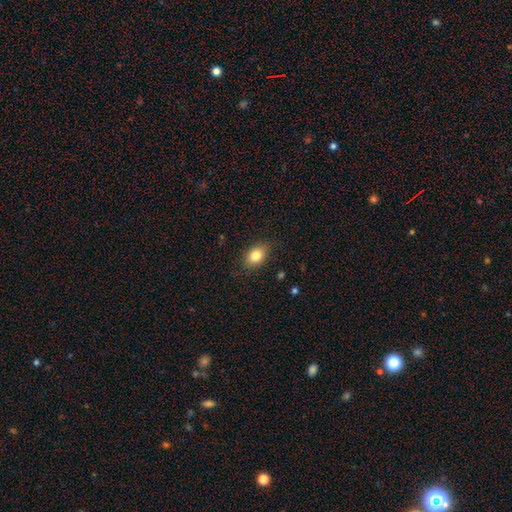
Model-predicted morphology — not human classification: Smooth or featured? smooth (83%)
How rounded? in between (81%)
Merging? none (84%)